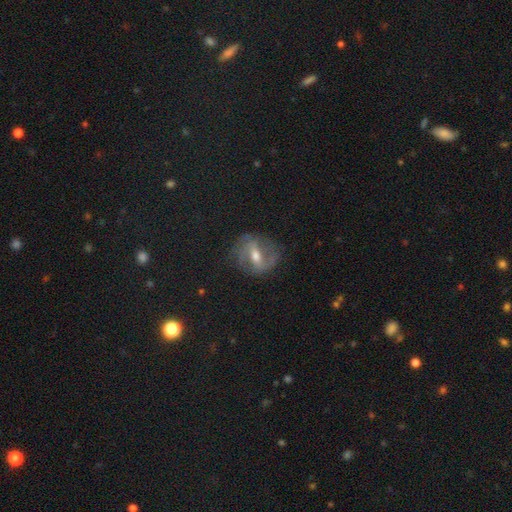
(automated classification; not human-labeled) Q: Smooth or featured?
A: featured or disk (70%); runner-up: smooth (18%)
Q: Edge-on disk?
A: no (89%); runner-up: yes (11%)
Q: Bar?
A: strong (48%); runner-up: weak (37%)
Q: Spiral arms?
A: yes (78%); runner-up: no (22%)
Q: Bulge size?
A: moderate (66%); runner-up: small (25%)
Q: Merging?
A: none (73%); runner-up: minor disturbance (16%)